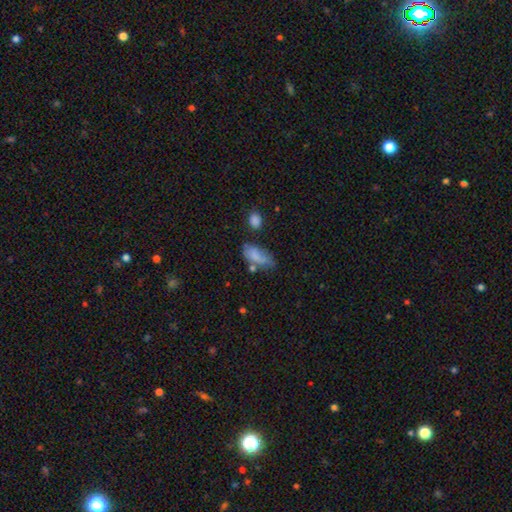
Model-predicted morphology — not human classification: Smooth or featured? Predicted: smooth (p=0.73). How rounded? Predicted: in between (p=0.90). Merging? Predicted: none (p=0.42).